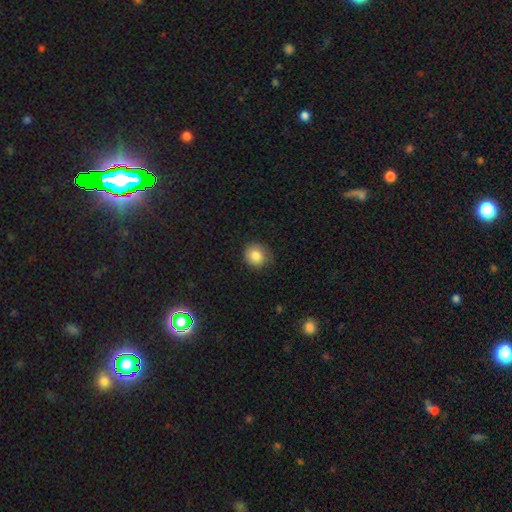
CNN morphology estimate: smooth_or_featured: smooth (p=0.85) [alt: star or artifact p=0.09]
how_rounded: round (p=0.85) [alt: in between p=0.14]
merging: none (p=0.79) [alt: minor disturbance p=0.17]